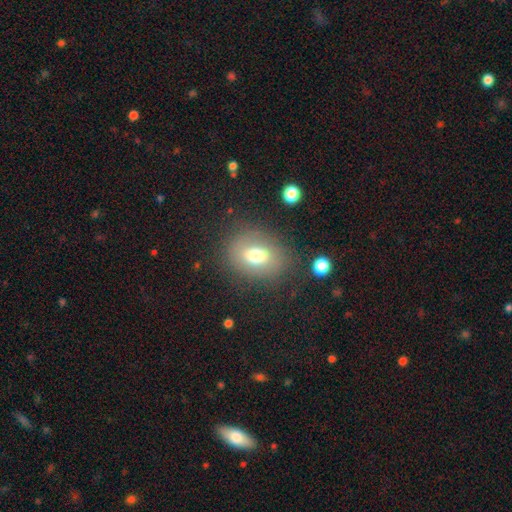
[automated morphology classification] Smooth or featured? Predicted: smooth (p=0.67). How rounded? Predicted: in between (p=0.59). Merging? Predicted: none (p=0.75).